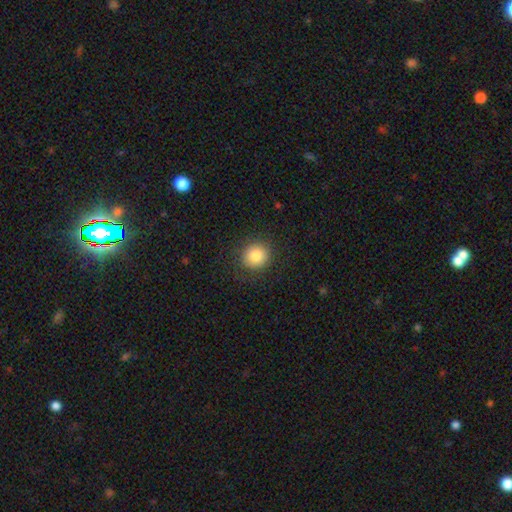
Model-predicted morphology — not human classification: Smooth or featured? Predicted: smooth (p=0.84). How rounded? Predicted: round (p=0.87). Merging? Predicted: none (p=0.87).